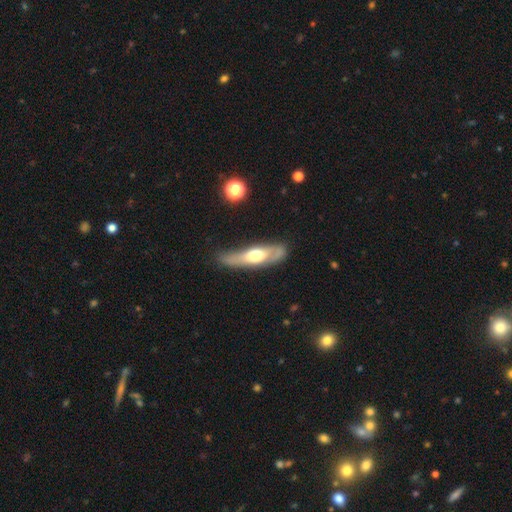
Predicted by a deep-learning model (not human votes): smooth_or_featured: featured or disk (p=0.53) [alt: smooth p=0.42]
disk_edge_on: yes (p=0.63) [alt: no p=0.37]
merging: none (p=0.69) [alt: minor disturbance p=0.22]